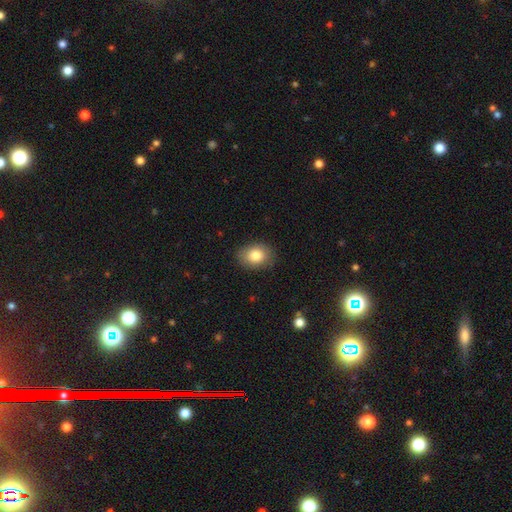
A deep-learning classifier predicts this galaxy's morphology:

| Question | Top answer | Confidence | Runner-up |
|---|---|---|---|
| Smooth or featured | smooth | 82% | featured or disk (9%) |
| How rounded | in between | 63% | round (36%) |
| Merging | none | 86% | minor disturbance (11%) |